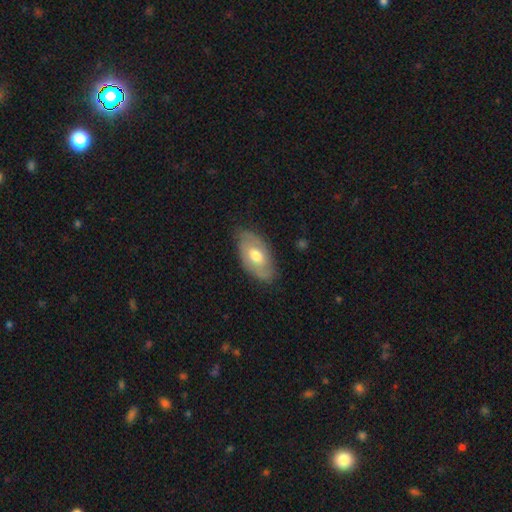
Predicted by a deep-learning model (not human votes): smooth-or-featured: featured or disk: 50% | smooth: 44% | star or artifact: 5%
  disk-edge-on: no: 88% | yes: 12%
  merging: none: 77% | minor disturbance: 18% | major disturbance: 4% | merger: 1%